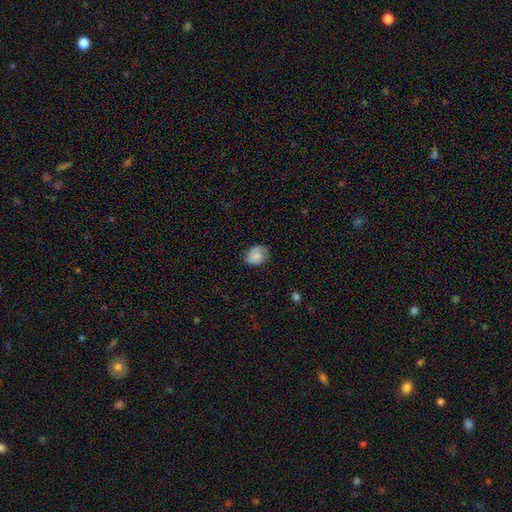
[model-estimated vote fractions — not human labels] smooth_or_featured: smooth (p=0.67) [alt: featured or disk p=0.25]
how_rounded: in between (p=0.52) [alt: round p=0.47]
merging: none (p=0.71) [alt: minor disturbance p=0.23]